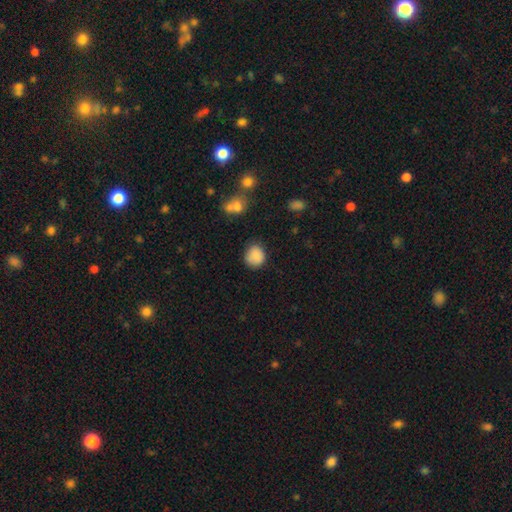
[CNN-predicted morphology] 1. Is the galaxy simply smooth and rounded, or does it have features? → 87% smooth, 9% star or artifact, 5% featured or disk.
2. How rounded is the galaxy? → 80% round, 20% in between, 1% cigar-shaped.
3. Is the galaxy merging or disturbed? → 77% none, 17% minor disturbance, 4% major disturbance, 2% merger.